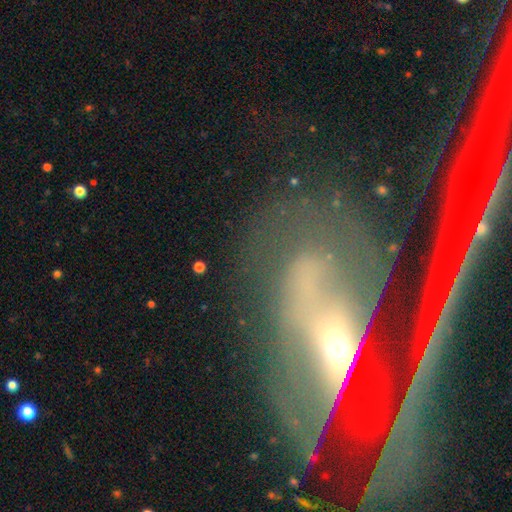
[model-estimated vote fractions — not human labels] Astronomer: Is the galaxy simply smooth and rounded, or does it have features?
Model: featured or disk — 68%.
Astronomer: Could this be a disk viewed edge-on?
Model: no — 80%.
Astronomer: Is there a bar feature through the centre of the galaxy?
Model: no — 49% (runner-up: weak, 27%).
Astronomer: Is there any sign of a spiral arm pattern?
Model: yes — 64%.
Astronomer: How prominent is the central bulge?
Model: moderate — 54% (runner-up: small, 33%).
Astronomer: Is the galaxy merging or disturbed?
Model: none — 48% (runner-up: major disturbance, 23%).